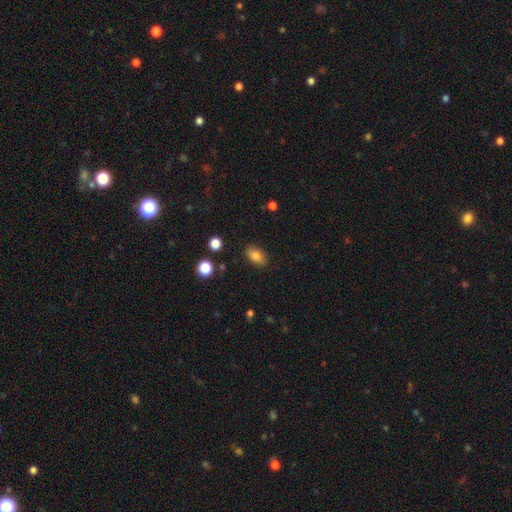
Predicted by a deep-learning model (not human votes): Morphology: type=smooth (83%); roundness=in between (88%); merging=none (86%).